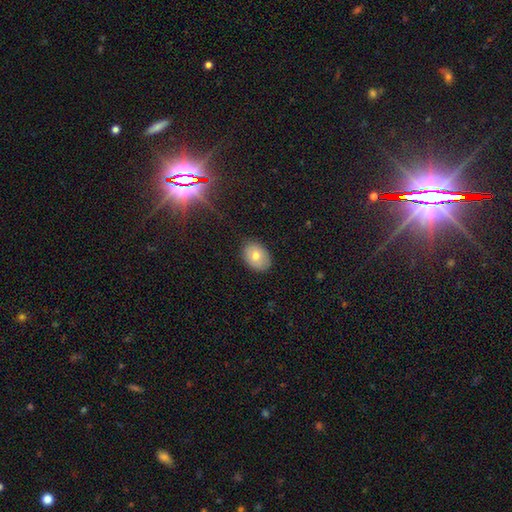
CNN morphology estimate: Q: Smooth or featured?
A: smooth (74%); runner-up: featured or disk (17%)
Q: How rounded?
A: in between (78%); runner-up: round (21%)
Q: Merging?
A: none (86%); runner-up: minor disturbance (11%)